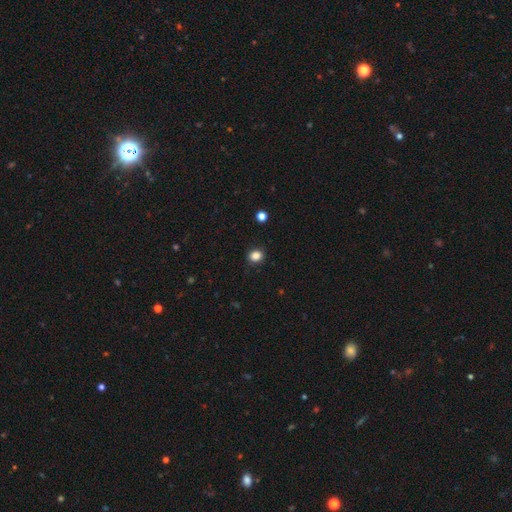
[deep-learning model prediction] Smooth or featured: smooth — 85% (star or artifact — 11%)
How rounded: round — 59% (in between — 40%)
Merging: none — 88% (minor disturbance — 9%)